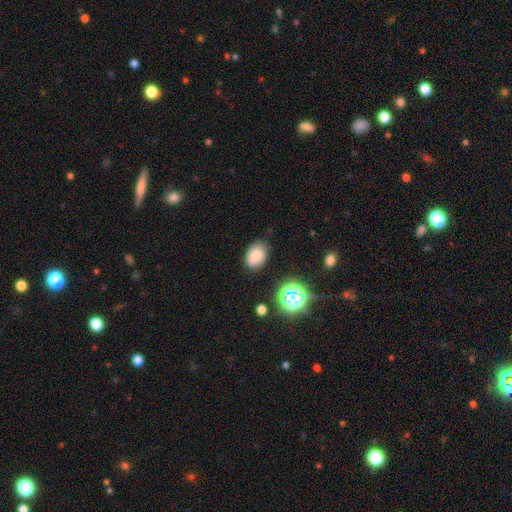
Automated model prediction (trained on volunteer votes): Smooth or featured? smooth (74%)
How rounded? in between (72%)
Merging? none (72%)